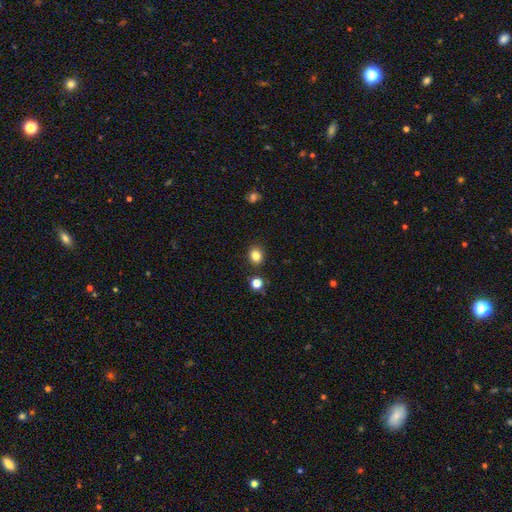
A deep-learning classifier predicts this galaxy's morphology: Smooth or featured? smooth (83%)
How rounded? round (72%)
Merging? none (87%)